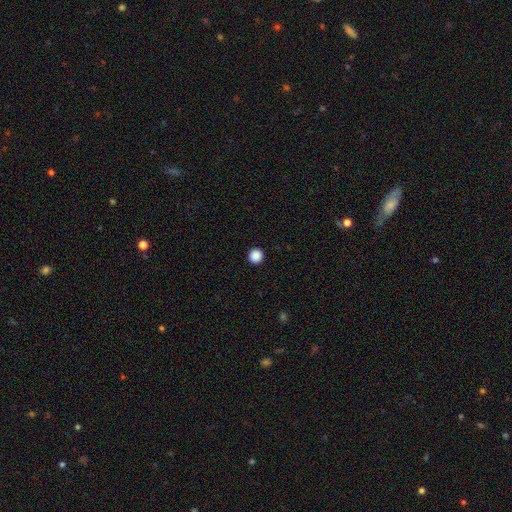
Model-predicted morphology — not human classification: This is clearly a smooth galaxy (88%). How rounded: clearly round (96%). Merging: clearly none (94%).